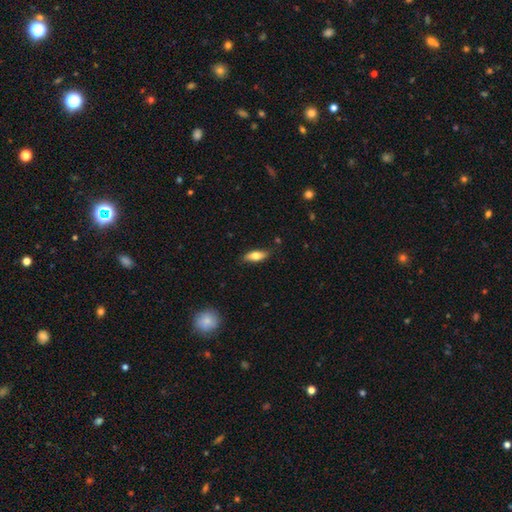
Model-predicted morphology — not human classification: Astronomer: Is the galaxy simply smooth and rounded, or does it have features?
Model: smooth — 71%.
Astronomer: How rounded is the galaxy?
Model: in between — 70%.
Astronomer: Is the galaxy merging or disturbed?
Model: none — 82%.